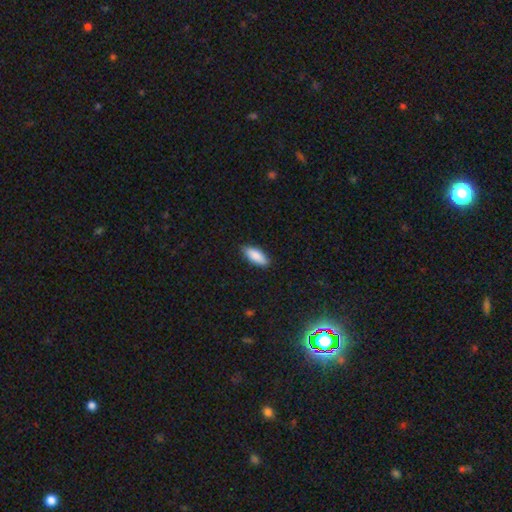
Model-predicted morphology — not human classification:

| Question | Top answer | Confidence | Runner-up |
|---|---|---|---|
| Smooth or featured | smooth | 87% | featured or disk (7%) |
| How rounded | in between | 78% | cigar-shaped (20%) |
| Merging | none | 87% | minor disturbance (10%) |